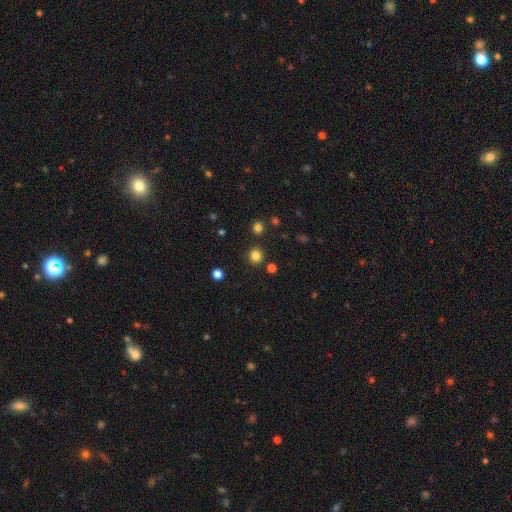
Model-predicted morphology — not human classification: Smooth or featured?
  - smooth: 82% *
  - star or artifact: 14%
  - featured or disk: 4%
How rounded?
  - round: 93% *
  - in between: 6%
  - cigar-shaped: 1%
Merging?
  - none: 89% *
  - minor disturbance: 5%
  - merger: 3%
  - major disturbance: 2%